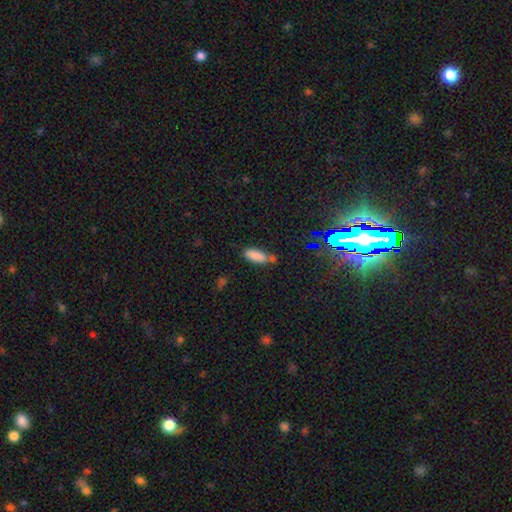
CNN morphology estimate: Smooth or featured: smooth — 82% (star or artifact — 12%)
How rounded: in between — 73% (cigar-shaped — 25%)
Merging: none — 53% (minor disturbance — 24%)